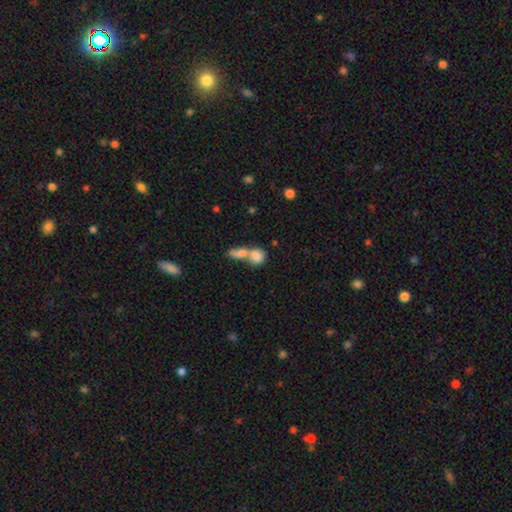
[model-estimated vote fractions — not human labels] Q: Smooth or featured?
A: smooth (78%); runner-up: featured or disk (14%)
Q: How rounded?
A: round (52%); runner-up: in between (43%)
Q: Merging?
A: merger (70%); runner-up: none (20%)